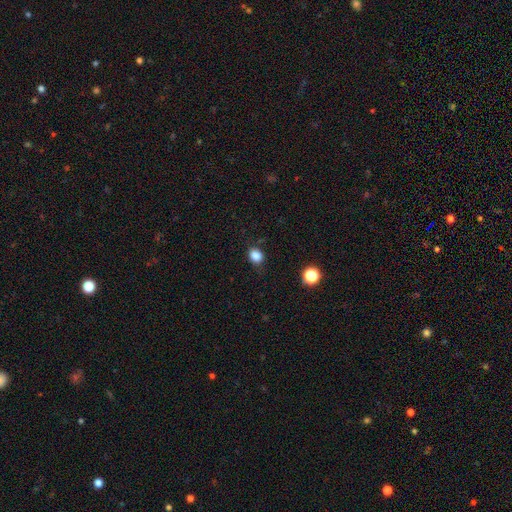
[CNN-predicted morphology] The model was most divided on "how rounded": round: 55%, in between: 44%, cigar-shaped: 1%. More confident: smooth or featured — smooth (84%); merging — none (78%).